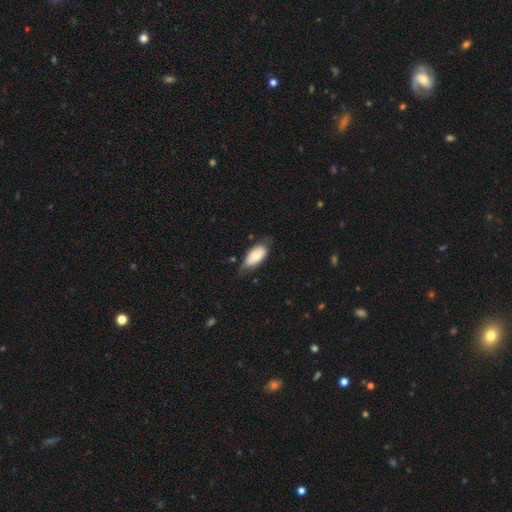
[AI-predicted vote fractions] Smooth or featured? smooth (72%)
How rounded? in between (92%)
Merging? none (57%)